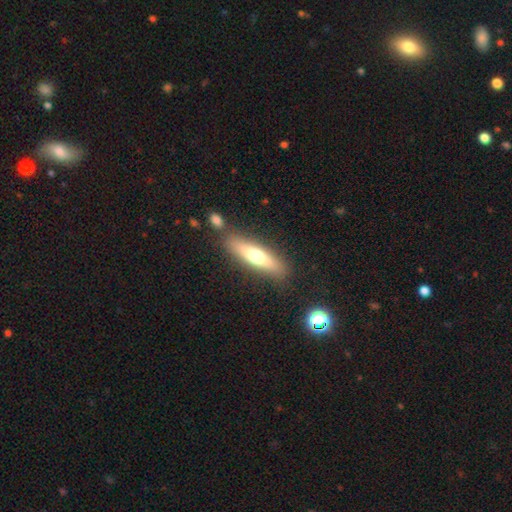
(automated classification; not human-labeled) smooth_or_featured: smooth (p=0.53) [alt: featured or disk p=0.40]
how_rounded: cigar-shaped (p=0.72) [alt: in between p=0.26]
merging: none (p=0.79) [alt: minor disturbance p=0.10]